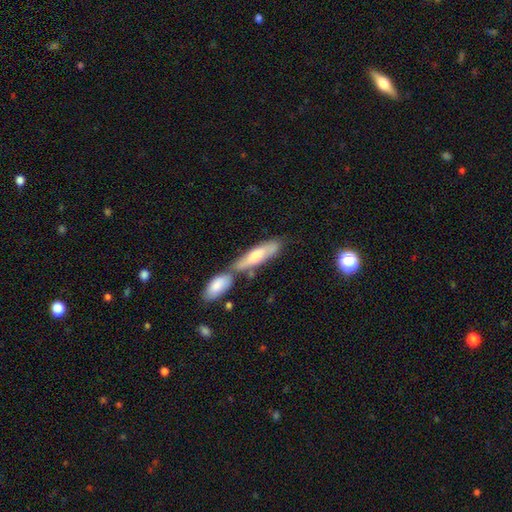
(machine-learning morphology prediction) Smooth or featured? Predicted: smooth (p=0.58). How rounded? Predicted: cigar-shaped (p=0.62). Merging? Predicted: none (p=0.42).